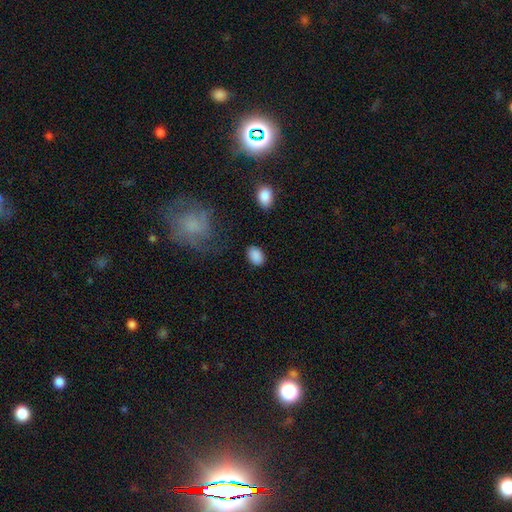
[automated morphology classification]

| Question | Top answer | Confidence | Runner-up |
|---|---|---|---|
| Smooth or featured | smooth | 88% | star or artifact (8%) |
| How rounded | in between | 78% | round (21%) |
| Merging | none | 82% | minor disturbance (12%) |